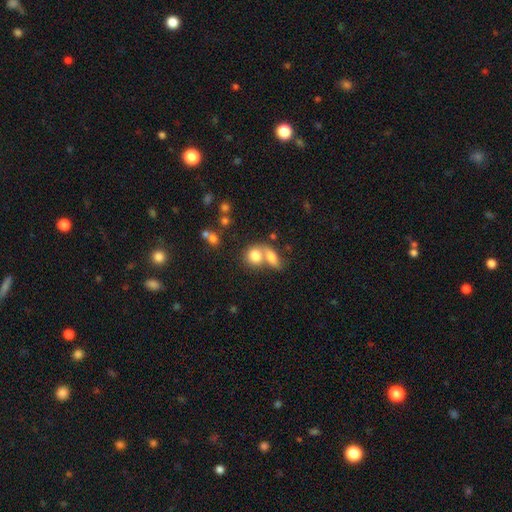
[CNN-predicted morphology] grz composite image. It shows a smooth galaxy with no disk features (77%) that is round (53%). Merging: merger (58%).